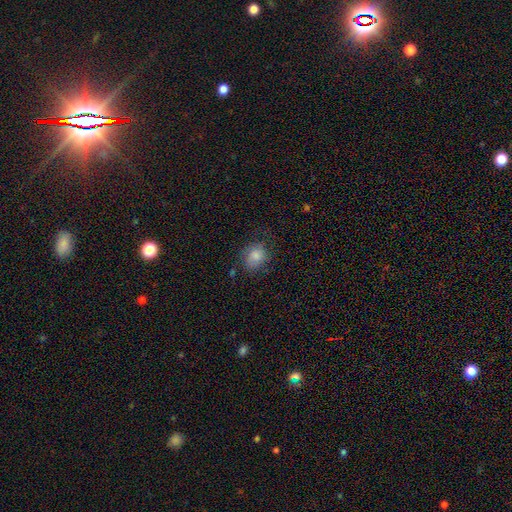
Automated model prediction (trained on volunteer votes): This appears to be a smooth galaxy with no disk features (83%) that is round (50%). Merging: none (67%).